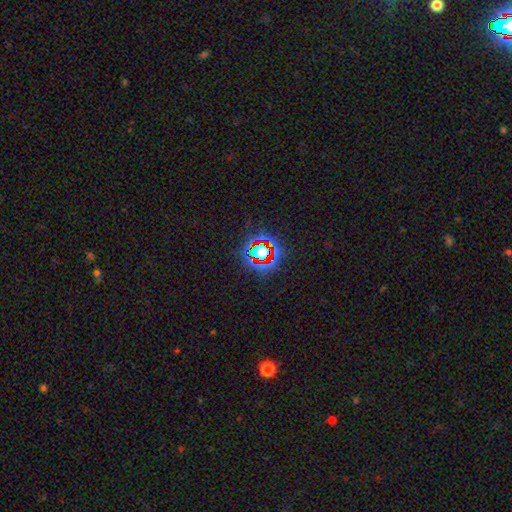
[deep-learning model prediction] star or artifact 75%, smooth 15%, featured or disk 10%.